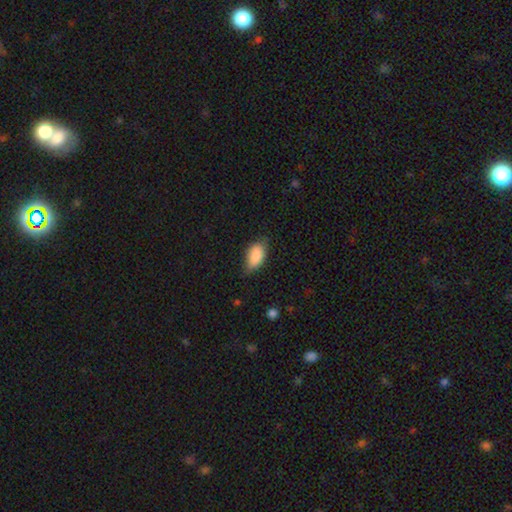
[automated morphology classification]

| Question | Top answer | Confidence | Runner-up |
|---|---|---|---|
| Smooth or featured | smooth | 86% | featured or disk (7%) |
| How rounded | in between | 91% | cigar-shaped (6%) |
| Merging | none | 60% | minor disturbance (32%) |